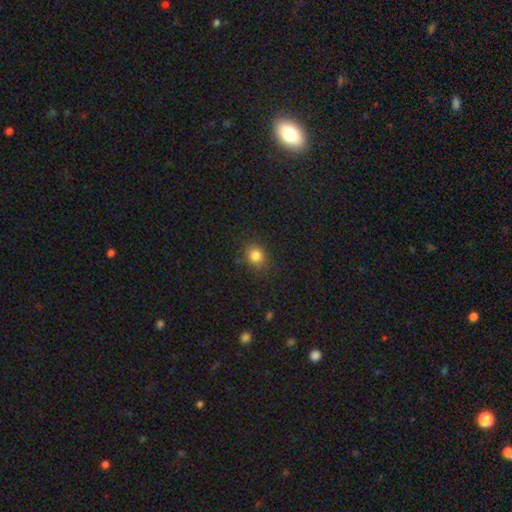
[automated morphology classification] smooth-or-featured: smooth: 82% | star or artifact: 12% | featured or disk: 6%
  how-rounded: round: 69% | in between: 30% | cigar-shaped: 1%
  merging: none: 84% | minor disturbance: 11% | major disturbance: 3% | merger: 1%